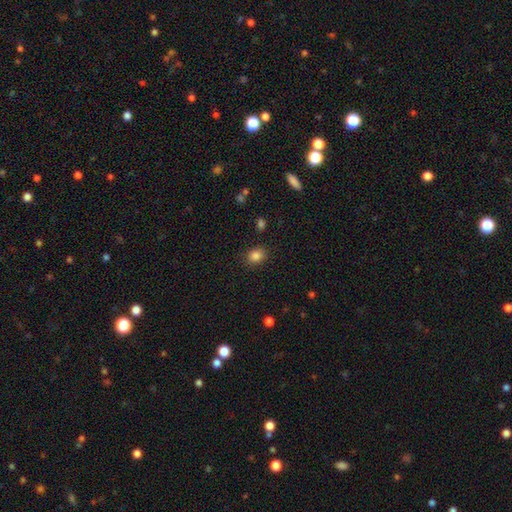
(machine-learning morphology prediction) smooth 85%, star or artifact 11%, featured or disk 4%. Down the decision tree: how rounded — round (50%); merging — none (85%).